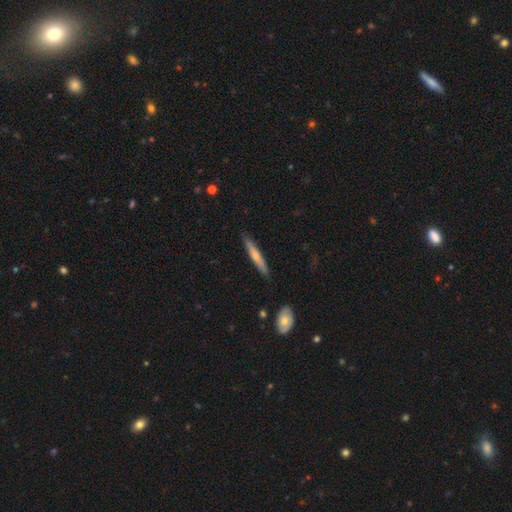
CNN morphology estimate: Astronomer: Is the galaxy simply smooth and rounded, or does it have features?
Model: smooth — 56% (runner-up: featured or disk, 39%).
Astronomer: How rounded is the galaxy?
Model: cigar-shaped — 93%.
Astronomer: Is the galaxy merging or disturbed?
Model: none — 87%.